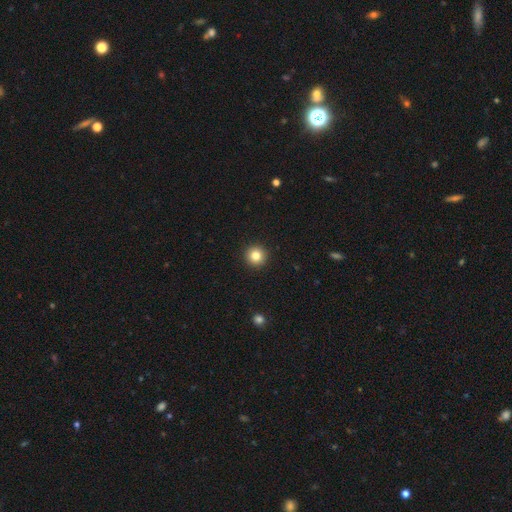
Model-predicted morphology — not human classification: Q: Smooth or featured?
A: smooth (82%); runner-up: star or artifact (11%)
Q: How rounded?
A: round (96%); runner-up: in between (3%)
Q: Merging?
A: none (94%); runner-up: minor disturbance (4%)